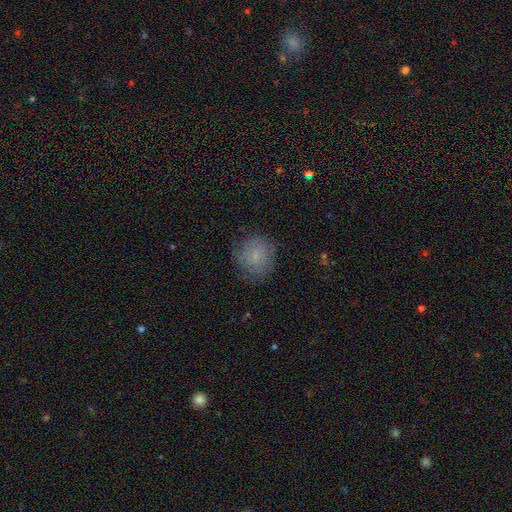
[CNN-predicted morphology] A smooth galaxy with no disk features (66%) that is round (83%). Merging: none (76%).